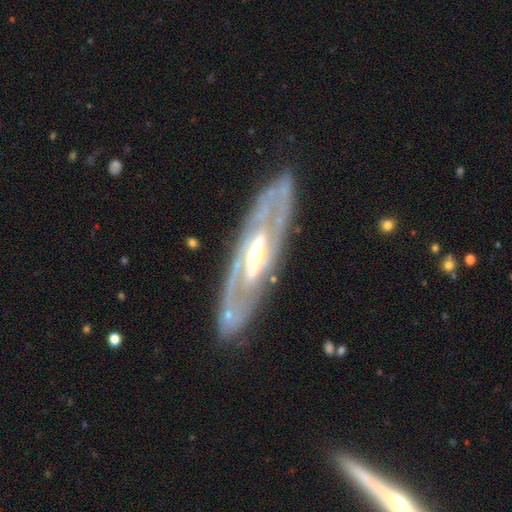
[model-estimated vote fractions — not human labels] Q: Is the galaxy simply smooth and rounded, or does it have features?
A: featured or disk — 85%.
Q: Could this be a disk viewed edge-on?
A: no — 79%.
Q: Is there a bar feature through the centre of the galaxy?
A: weak — 34%.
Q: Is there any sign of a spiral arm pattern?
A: yes — 76%.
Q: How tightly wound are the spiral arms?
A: tight — 50%.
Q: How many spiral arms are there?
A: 2 — 64%.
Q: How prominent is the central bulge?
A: moderate — 62%.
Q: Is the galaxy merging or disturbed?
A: none — 83%.